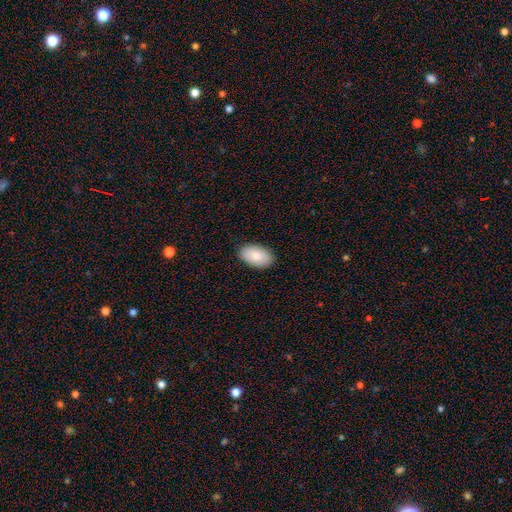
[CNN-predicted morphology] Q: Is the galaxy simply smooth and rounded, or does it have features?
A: smooth — 84%.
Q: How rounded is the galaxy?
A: in between — 94%.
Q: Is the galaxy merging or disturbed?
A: none — 88%.